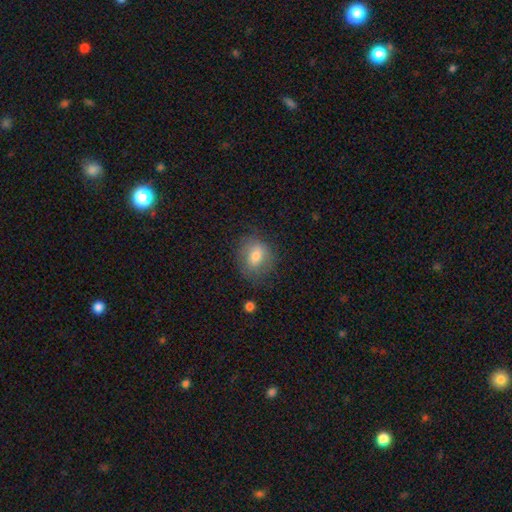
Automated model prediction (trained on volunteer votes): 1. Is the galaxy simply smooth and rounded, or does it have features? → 73% smooth, 19% featured or disk, 8% star or artifact.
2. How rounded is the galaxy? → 55% round, 44% in between, 1% cigar-shaped.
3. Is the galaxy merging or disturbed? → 71% none, 19% minor disturbance, 8% major disturbance, 2% merger.